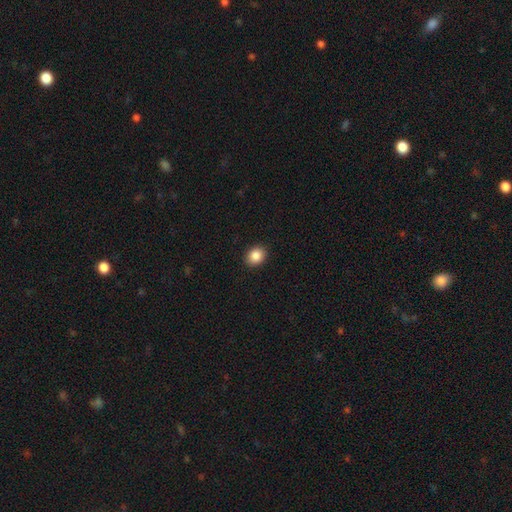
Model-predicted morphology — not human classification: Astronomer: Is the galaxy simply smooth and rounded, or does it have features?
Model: smooth — 88%.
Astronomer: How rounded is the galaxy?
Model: round — 53% (runner-up: in between, 46%).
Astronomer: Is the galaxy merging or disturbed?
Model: none — 91%.